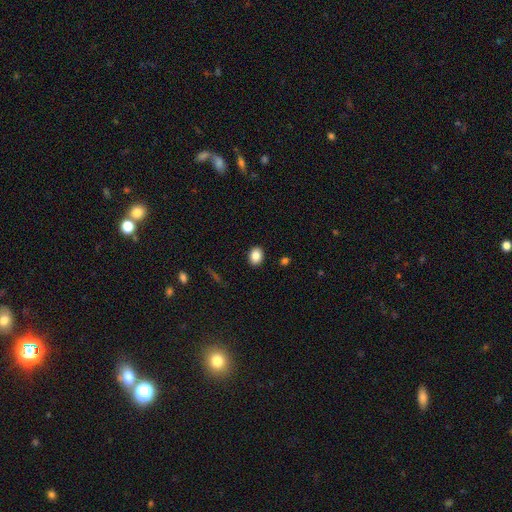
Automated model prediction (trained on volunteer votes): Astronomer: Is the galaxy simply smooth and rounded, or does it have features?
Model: smooth — 86%.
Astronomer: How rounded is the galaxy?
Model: in between — 58% (runner-up: round, 41%).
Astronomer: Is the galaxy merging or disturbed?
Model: none — 90%.